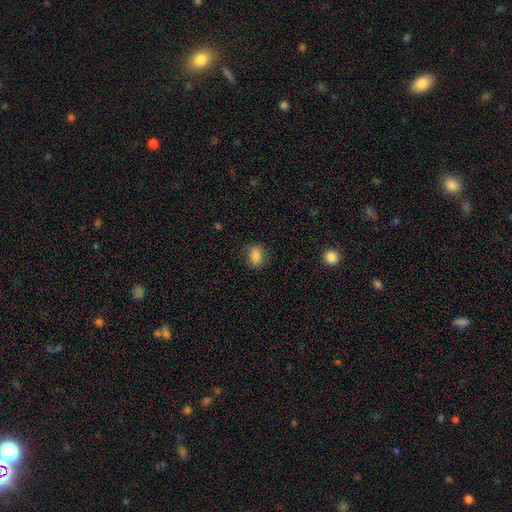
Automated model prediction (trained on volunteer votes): The model was most divided on "how rounded": in between: 76%, round: 22%, cigar-shaped: 3%. More confident: smooth or featured — smooth (83%); merging — none (82%).